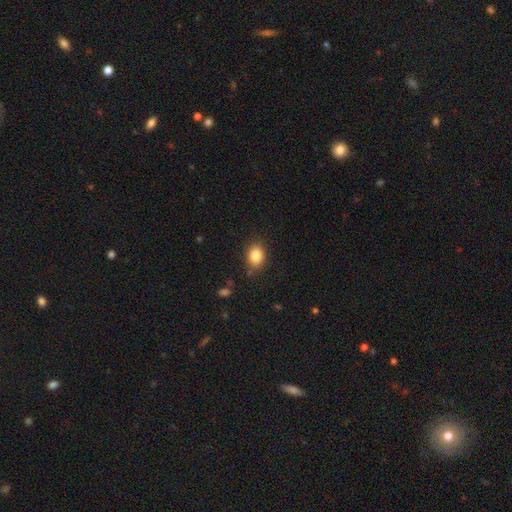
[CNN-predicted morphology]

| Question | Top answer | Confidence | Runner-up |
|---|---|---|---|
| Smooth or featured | smooth | 84% | star or artifact (9%) |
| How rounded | in between | 61% | round (38%) |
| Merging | none | 82% | minor disturbance (14%) |